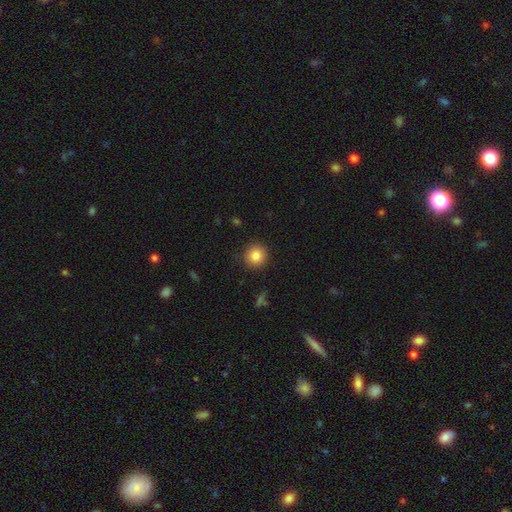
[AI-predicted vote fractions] Smooth or featured: smooth — 84% (star or artifact — 10%)
How rounded: round — 93% (in between — 6%)
Merging: none — 91% (minor disturbance — 6%)